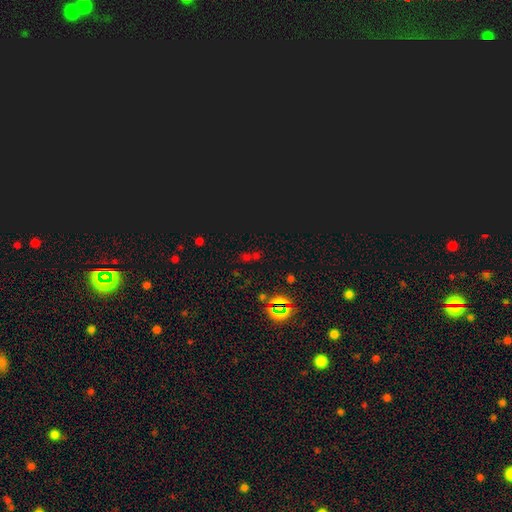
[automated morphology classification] A star or artifact, not a galaxy (68%).